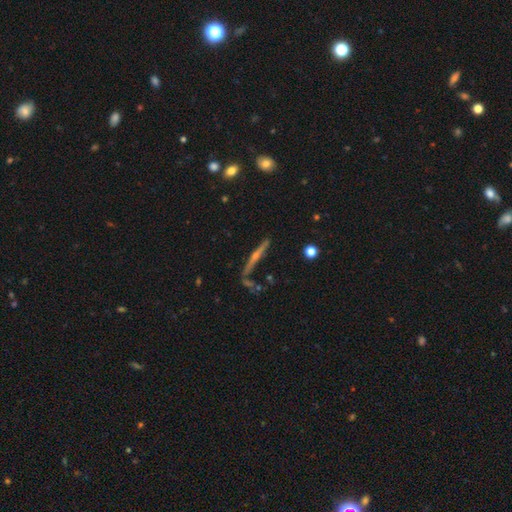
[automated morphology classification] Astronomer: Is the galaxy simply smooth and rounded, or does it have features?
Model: featured or disk — 75%.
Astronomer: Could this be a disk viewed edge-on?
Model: yes — 96%.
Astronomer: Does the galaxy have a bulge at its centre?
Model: rounded — 79%.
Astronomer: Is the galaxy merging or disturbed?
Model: none — 72%.